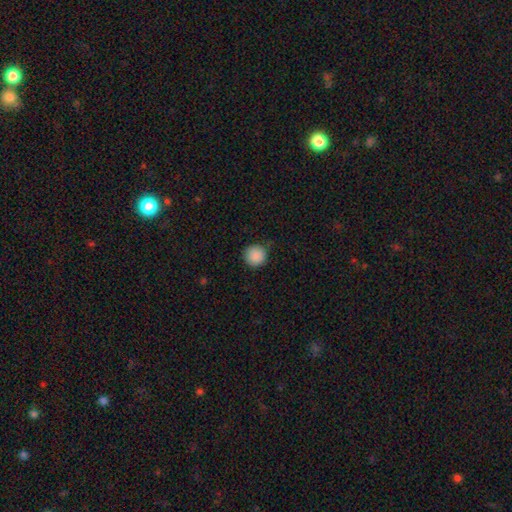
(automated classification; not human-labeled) Q: Smooth or featured?
A: smooth (89%); runner-up: star or artifact (8%)
Q: How rounded?
A: round (95%); runner-up: in between (4%)
Q: Merging?
A: none (83%); runner-up: minor disturbance (13%)